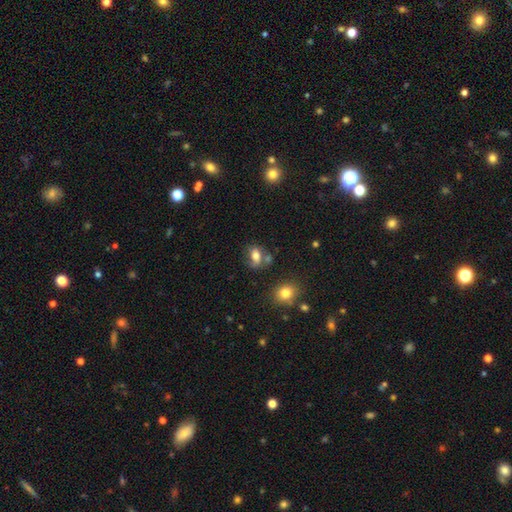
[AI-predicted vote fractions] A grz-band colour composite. It shows a smooth galaxy with no disk features (68%) that is in between round and cigar-shaped (68%). Merging: none (51%).